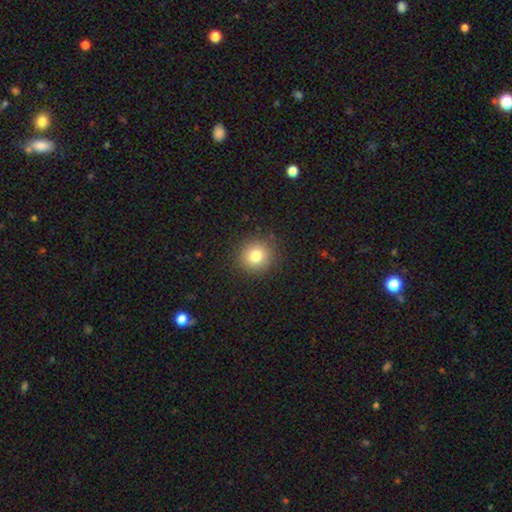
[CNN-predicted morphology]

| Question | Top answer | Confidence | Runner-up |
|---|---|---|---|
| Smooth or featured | smooth | 81% | star or artifact (11%) |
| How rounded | round | 91% | in between (8%) |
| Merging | none | 89% | minor disturbance (7%) |